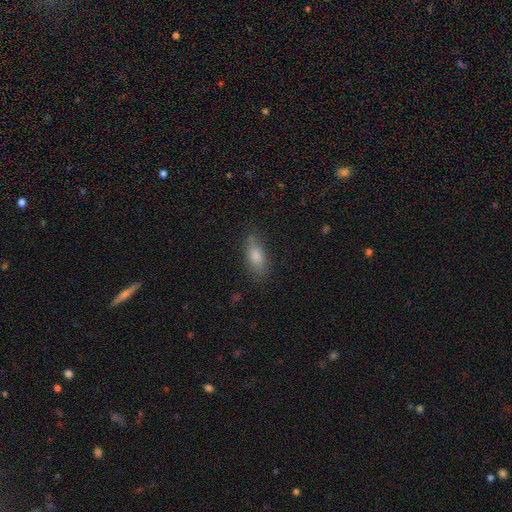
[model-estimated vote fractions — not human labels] A smooth galaxy with no disk features (76%) that is in between round and cigar-shaped (67%).

Vote fractions:
- Smooth or featured? smooth: 76% / featured or disk: 15% / star or artifact: 9%
- How rounded? in between: 67% / cigar-shaped: 30% / round: 3%
- Merging? none: 82% / minor disturbance: 14% / major disturbance: 3% / merger: 1%